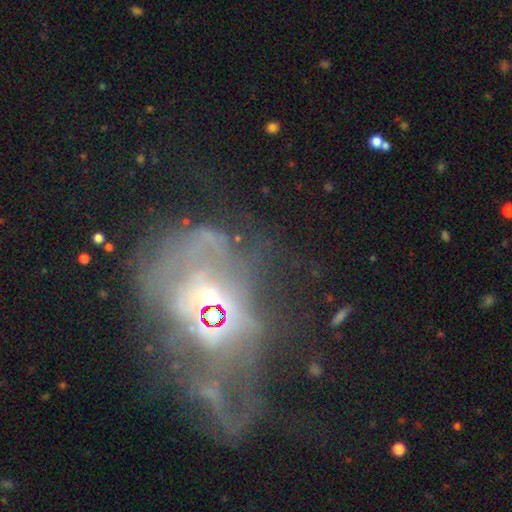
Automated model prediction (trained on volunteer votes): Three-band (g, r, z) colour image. It shows a featured or disk galaxy (53%). Merging: major disturbance (33%).